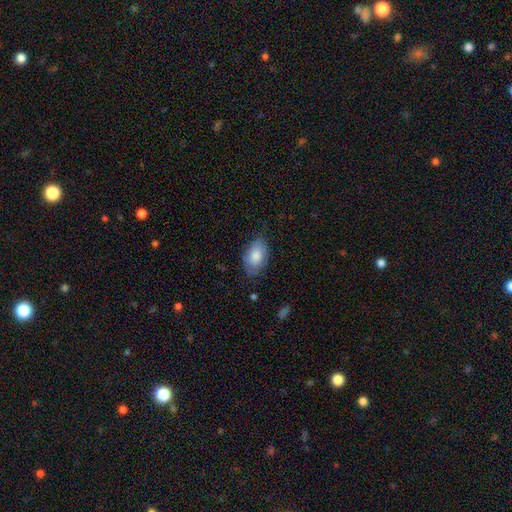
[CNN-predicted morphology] Overall: smooth (81%). How rounded: in between (92%). Merging: none (74%).